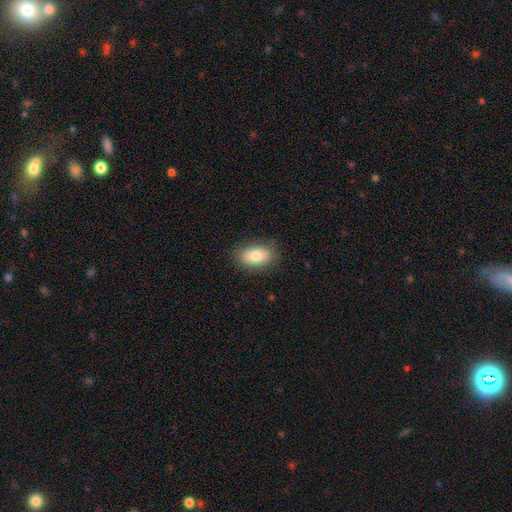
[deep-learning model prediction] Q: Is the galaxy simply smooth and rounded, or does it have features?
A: smooth — 81%.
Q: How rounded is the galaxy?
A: in between — 89%.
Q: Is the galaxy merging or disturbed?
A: none — 83%.